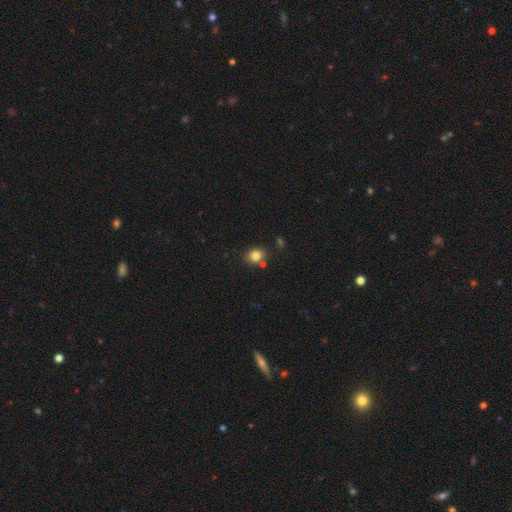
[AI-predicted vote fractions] This is clearly a smooth galaxy (82%). How rounded: likely round (70%). Merging: likely none (77%).